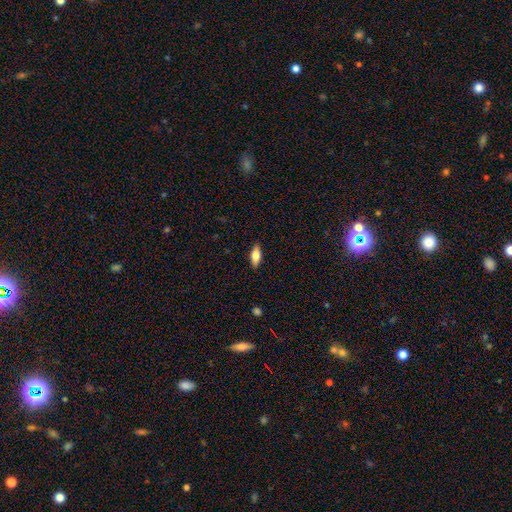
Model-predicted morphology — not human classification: The model was most divided on "how rounded": in between: 78%, cigar-shaped: 20%, round: 2%. More confident: merging — none (88%); smooth or featured — smooth (77%).